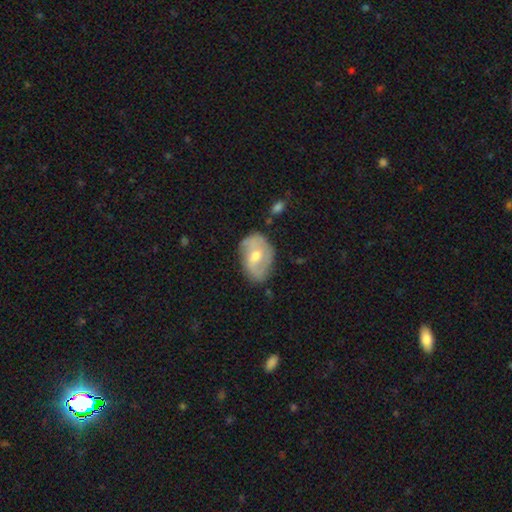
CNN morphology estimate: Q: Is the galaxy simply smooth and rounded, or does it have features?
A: featured or disk — 60%.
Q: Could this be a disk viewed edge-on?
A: no — 95%.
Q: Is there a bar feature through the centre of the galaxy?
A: no — 46%.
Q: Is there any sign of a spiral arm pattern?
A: yes — 73%.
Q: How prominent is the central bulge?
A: moderate — 64%.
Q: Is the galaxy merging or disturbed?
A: none — 63%.